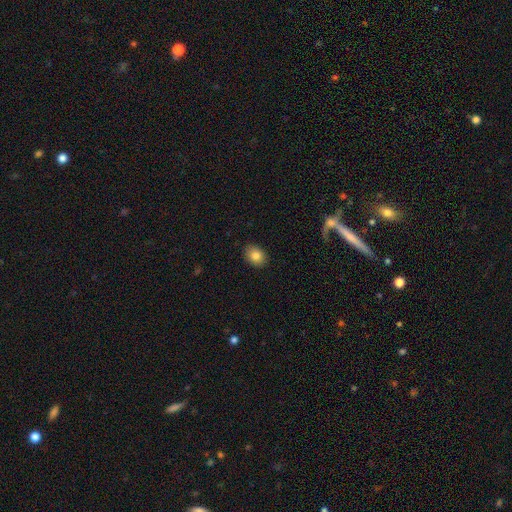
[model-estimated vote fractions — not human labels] This is clearly a smooth galaxy (83%). How rounded: likely in between (60%). Merging: clearly none (89%).